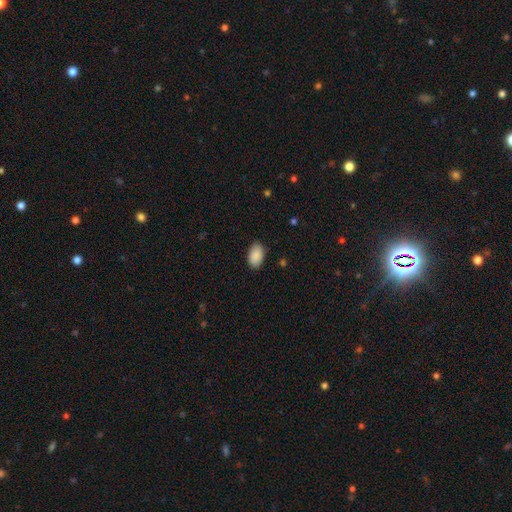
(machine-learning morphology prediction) Smooth or featured: smooth — 90% (star or artifact — 6%)
How rounded: in between — 92% (round — 6%)
Merging: none — 85% (minor disturbance — 12%)